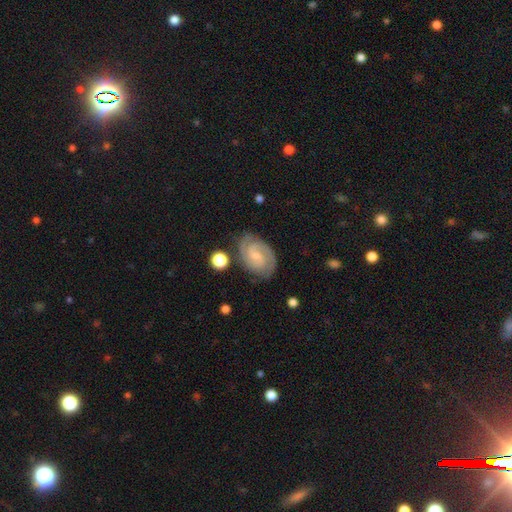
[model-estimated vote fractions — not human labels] Morphology: type=featured or disk (80%); edge-on=no (97%); bar=weak (50%); spiral arms=yes (96%); winding=tight (53%); arm count=2 (73%); bulge=small (64%); merging=none (78%).